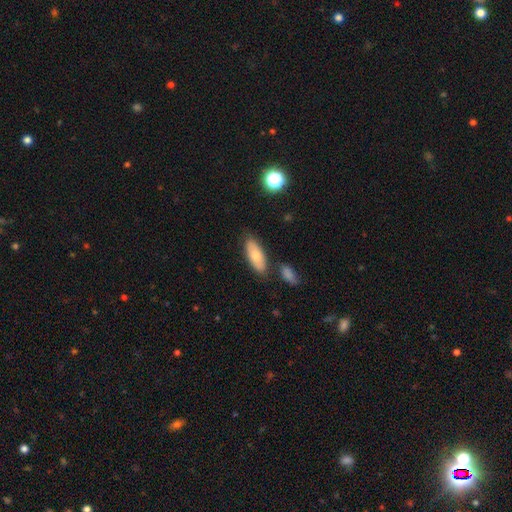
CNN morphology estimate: This is likely a smooth galaxy (73%). How rounded: likely in between (79%). Merging: likely none (76%).